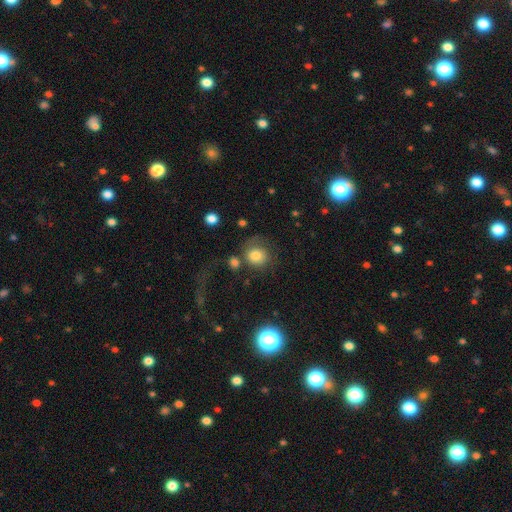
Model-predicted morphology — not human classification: smooth-or-featured: smooth: 74% | featured or disk: 16% | star or artifact: 10%
  how-rounded: round: 81% | in between: 18% | cigar-shaped: 1%
  merging: none: 47% | major disturbance: 22% | minor disturbance: 17% | merger: 13%